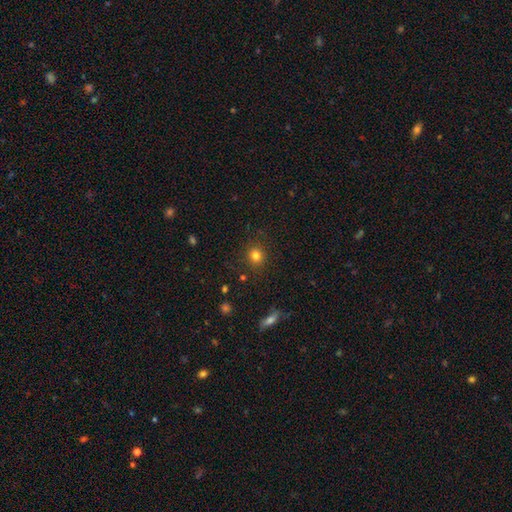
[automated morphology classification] smooth_or_featured: smooth (p=0.81) [alt: star or artifact p=0.13]
how_rounded: round (p=0.86) [alt: in between p=0.13]
merging: none (p=0.88) [alt: minor disturbance p=0.08]